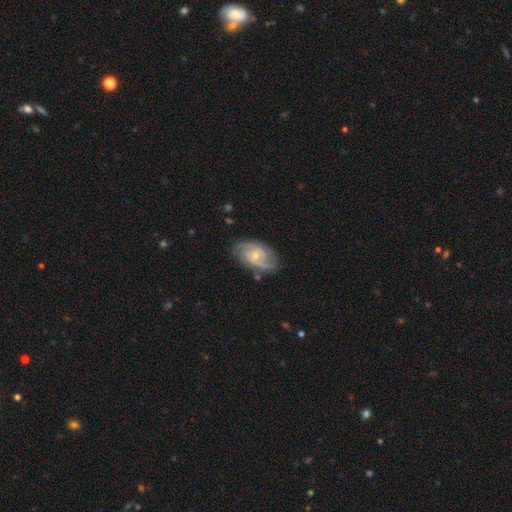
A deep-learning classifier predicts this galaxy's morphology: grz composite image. It shows a featured or disk galaxy (83%) with no bar (56%), 2 (64%) medium (48%) spiral arms (95%) and a small central bulge (56%). Merging: none (75%).